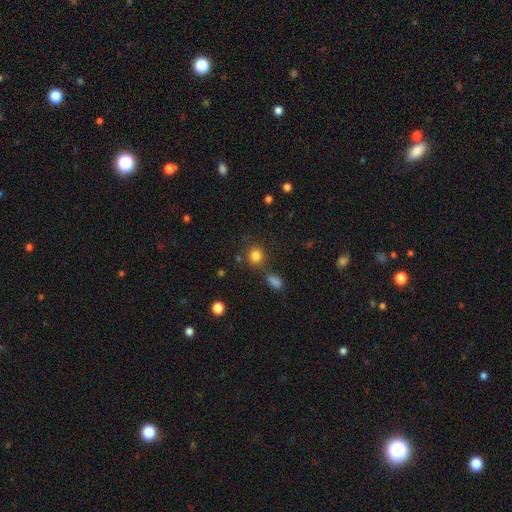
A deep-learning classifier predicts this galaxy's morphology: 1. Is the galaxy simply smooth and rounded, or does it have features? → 82% smooth, 13% star or artifact, 6% featured or disk.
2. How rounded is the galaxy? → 85% round, 13% in between, 1% cigar-shaped.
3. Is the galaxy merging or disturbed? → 73% none, 12% merger, 11% minor disturbance, 4% major disturbance.